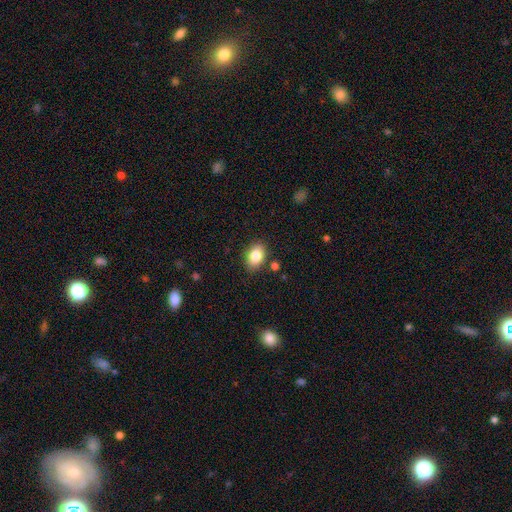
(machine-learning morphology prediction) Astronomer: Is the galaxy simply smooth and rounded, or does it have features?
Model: smooth — 83%.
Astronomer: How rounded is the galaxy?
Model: in between — 82%.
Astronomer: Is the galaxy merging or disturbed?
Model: none — 84%.